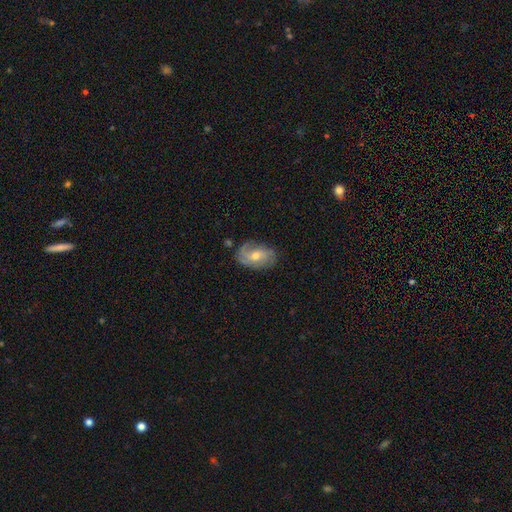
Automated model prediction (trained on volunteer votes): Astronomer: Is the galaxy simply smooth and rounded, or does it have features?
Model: featured or disk — 70%.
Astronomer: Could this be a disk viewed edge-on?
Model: no — 96%.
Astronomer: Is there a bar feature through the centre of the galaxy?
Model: no — 61%.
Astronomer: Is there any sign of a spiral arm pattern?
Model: yes — 90%.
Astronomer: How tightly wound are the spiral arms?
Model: medium — 41% (runner-up: tight, 37%).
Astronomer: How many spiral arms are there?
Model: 2 — 41% (runner-up: can't tell, 24%).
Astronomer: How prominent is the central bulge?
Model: moderate — 60%.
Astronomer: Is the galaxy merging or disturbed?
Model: none — 71%.